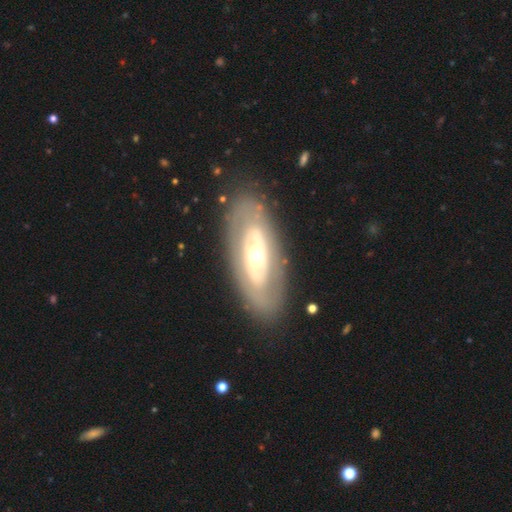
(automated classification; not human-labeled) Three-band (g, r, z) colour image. It shows a featured or disk galaxy (68%) with no bar (78%), no spiral arms (70%) and a moderate central bulge (56%). Merging: none (82%).